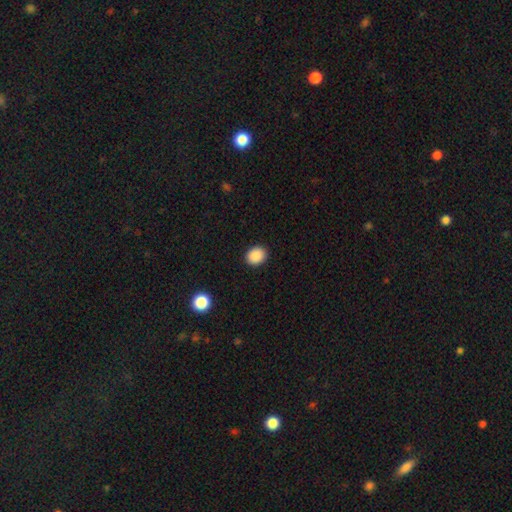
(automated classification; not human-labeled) This is clearly a smooth galaxy (89%). How rounded: possibly round (55%). Merging: clearly none (91%).